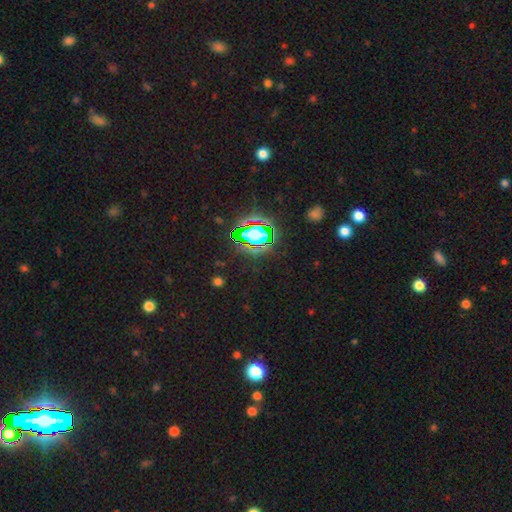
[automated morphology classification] Smooth or featured: star or artifact — 78% (smooth — 14%)